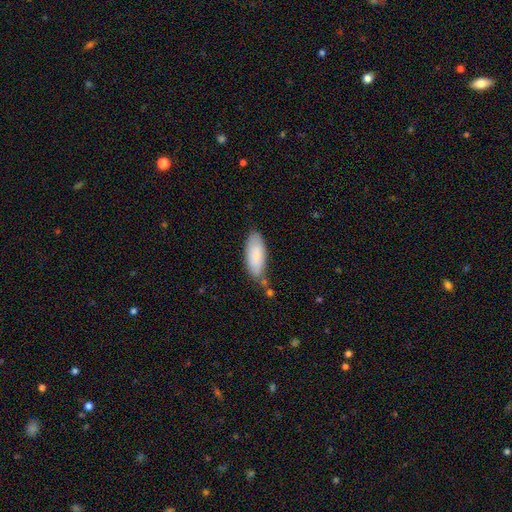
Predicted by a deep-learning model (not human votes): A smooth galaxy with no disk features (81%) that is in between round and cigar-shaped (80%).

Vote fractions:
- Smooth or featured? smooth: 81% / featured or disk: 13% / star or artifact: 6%
- How rounded? in between: 80% / cigar-shaped: 18% / round: 2%
- Merging? none: 67% / minor disturbance: 23% / merger: 6% / major disturbance: 4%